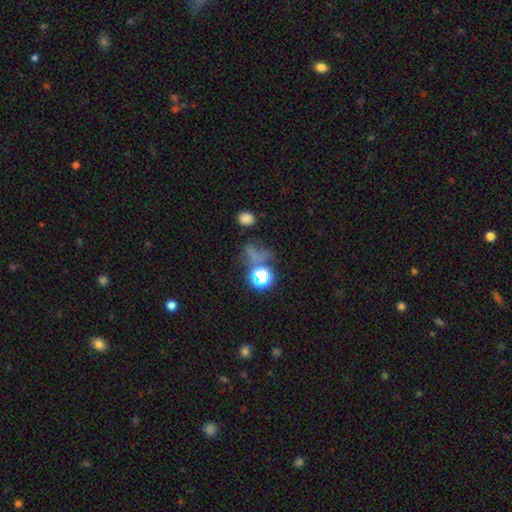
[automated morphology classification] Smooth or featured?
  - star or artifact: 44% *
  - smooth: 42%
  - featured or disk: 14%